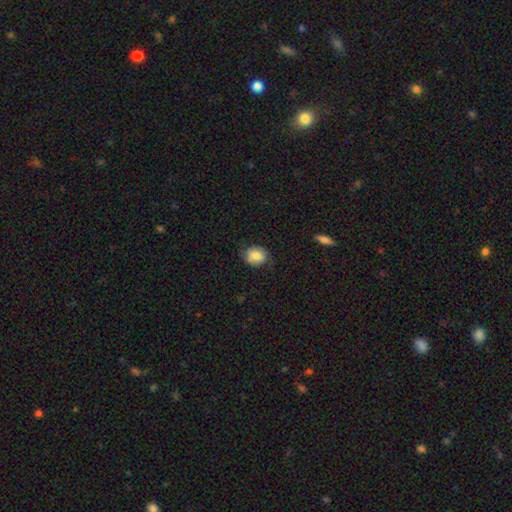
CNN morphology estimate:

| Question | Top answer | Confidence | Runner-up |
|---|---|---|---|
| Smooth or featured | smooth | 73% | featured or disk (19%) |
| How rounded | round | 56% | in between (43%) |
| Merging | none | 65% | minor disturbance (25%) |